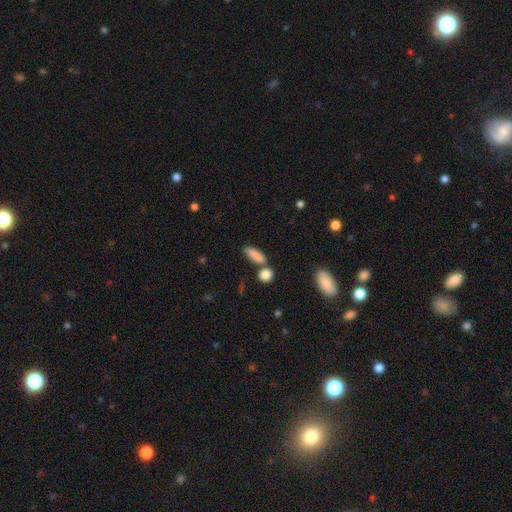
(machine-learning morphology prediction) smooth 86%, star or artifact 8%, featured or disk 7%. Down the decision tree: how rounded — in between (56%); merging — none (63%).